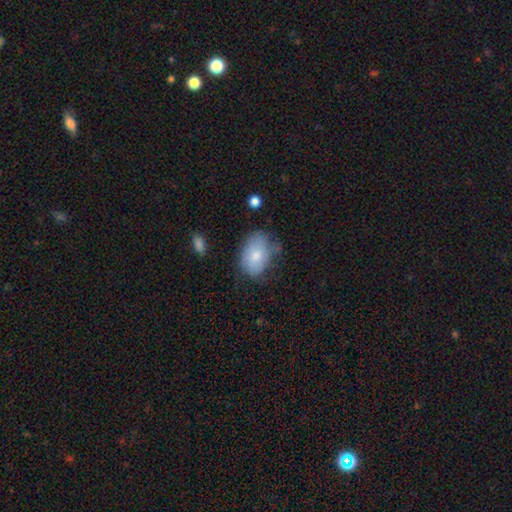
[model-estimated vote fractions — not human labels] smooth 76%, featured or disk 17%, star or artifact 7%. Down the decision tree: how rounded — in between (83%); merging — none (54%).